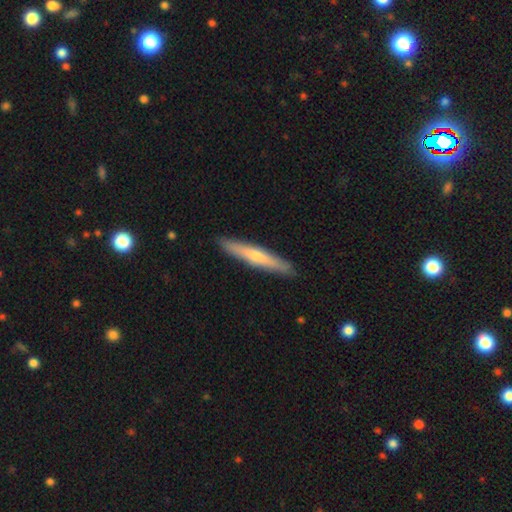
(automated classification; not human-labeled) Morphology: type=featured or disk (49%); merging=none (91%).